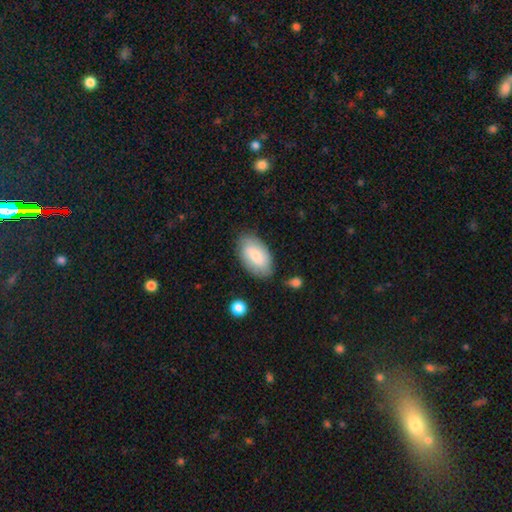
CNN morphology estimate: smooth-or-featured: smooth: 68% | featured or disk: 26% | star or artifact: 6%
  how-rounded: in between: 94% | round: 4% | cigar-shaped: 2%
  merging: none: 76% | minor disturbance: 17% | major disturbance: 4% | merger: 3%